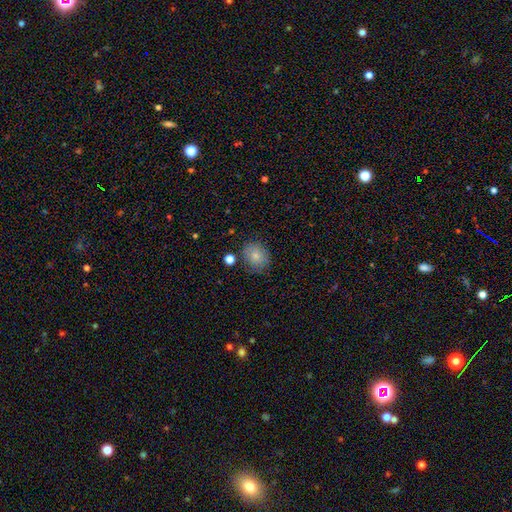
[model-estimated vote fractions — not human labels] This is clearly a smooth galaxy (81%). How rounded: possibly round (59%). Merging: likely none (77%).